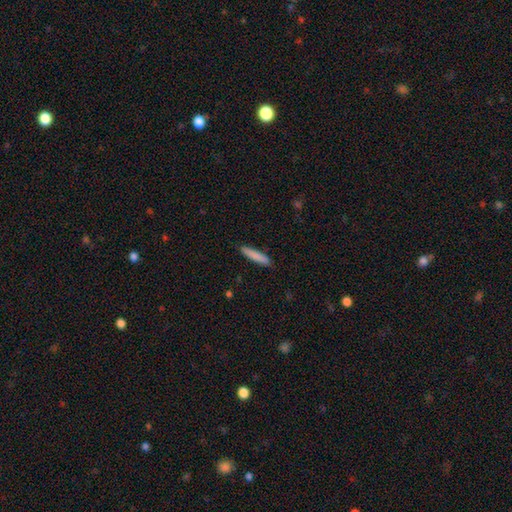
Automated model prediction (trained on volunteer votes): smooth_or_featured: smooth (p=0.85) [alt: featured or disk p=0.09]
how_rounded: cigar-shaped (p=0.89) [alt: in between p=0.10]
merging: none (p=0.89) [alt: minor disturbance p=0.08]